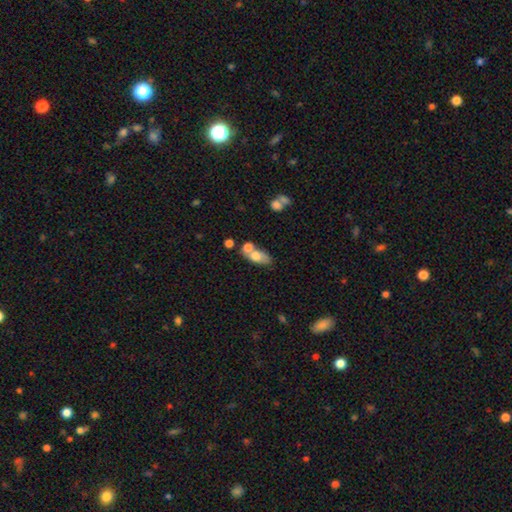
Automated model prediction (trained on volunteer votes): Smooth or featured? smooth (69%)
How rounded? in between (82%)
Merging? merger (45%)